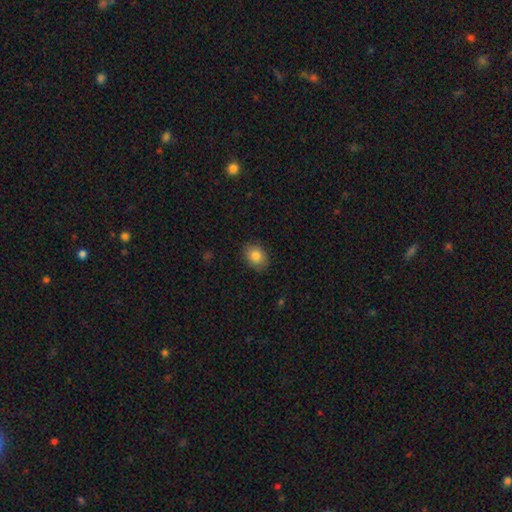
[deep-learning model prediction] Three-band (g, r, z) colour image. It shows a smooth galaxy with no disk features (84%) that is in between round and cigar-shaped (66%). Merging: none (87%).